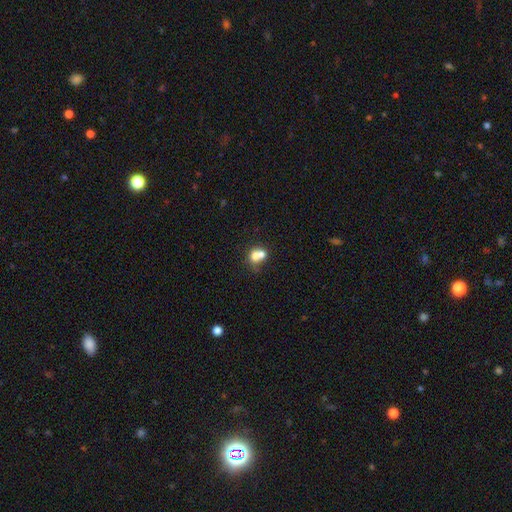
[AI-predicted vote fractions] Smooth or featured? smooth (70%)
How rounded? round (71%)
Merging? merger (61%)